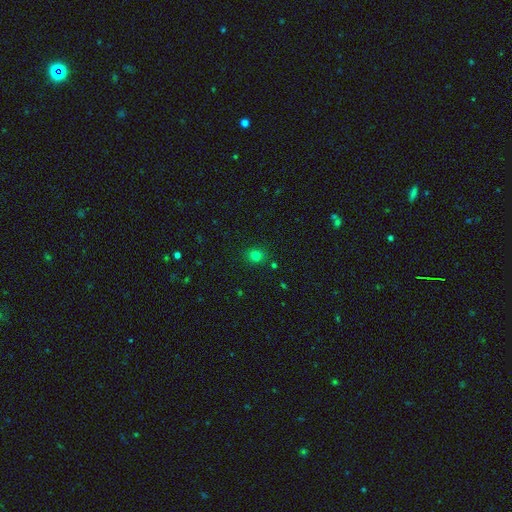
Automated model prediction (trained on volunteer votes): Smooth or featured?
  - smooth: 76% *
  - star or artifact: 18%
  - featured or disk: 6%
How rounded?
  - round: 78% *
  - in between: 21%
  - cigar-shaped: 1%
Merging?
  - none: 86% *
  - minor disturbance: 9%
  - merger: 2%
  - major disturbance: 2%